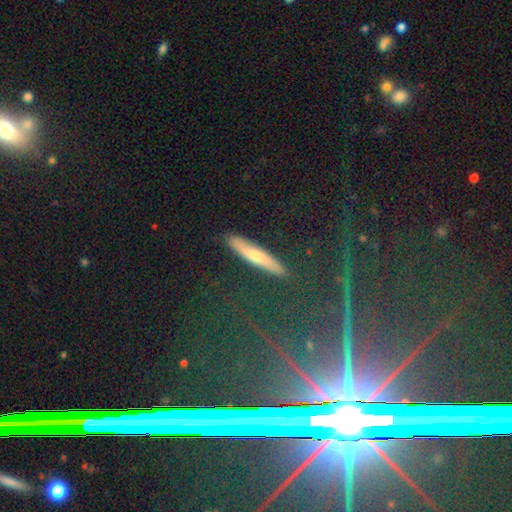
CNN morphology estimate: Smooth or featured: smooth — 52% (featured or disk — 37%)
How rounded: cigar-shaped — 88% (in between — 10%)
Merging: none — 86% (minor disturbance — 10%)